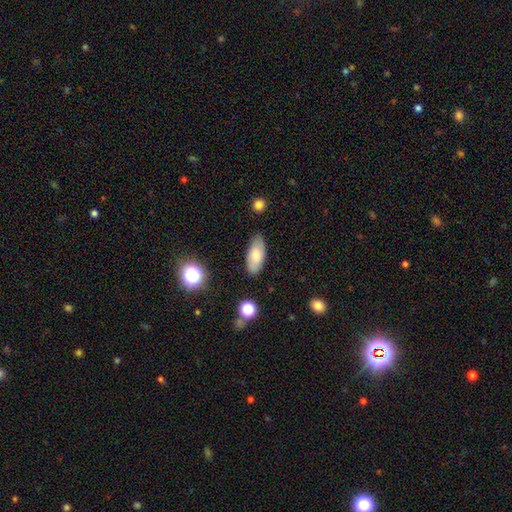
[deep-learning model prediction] A smooth galaxy with no disk features (75%) that is in between round and cigar-shaped (86%).

Vote fractions:
- Smooth or featured? smooth: 75% / featured or disk: 17% / star or artifact: 7%
- How rounded? in between: 86% / cigar-shaped: 11% / round: 2%
- Merging? none: 83% / minor disturbance: 13% / major disturbance: 3% / merger: 2%